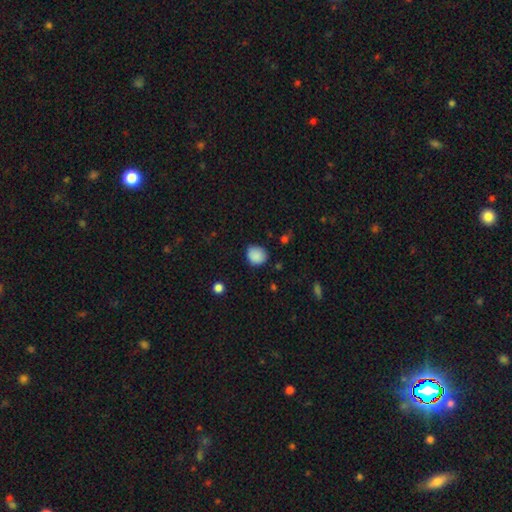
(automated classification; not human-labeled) smooth_or_featured: smooth (p=0.87) [alt: star or artifact p=0.09]
how_rounded: round (p=0.71) [alt: in between p=0.28]
merging: none (p=0.75) [alt: minor disturbance p=0.20]